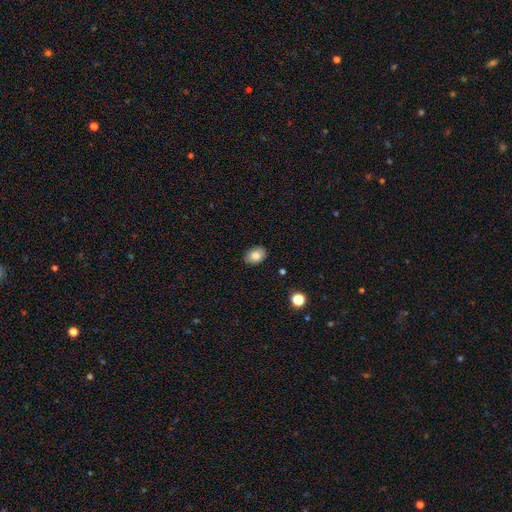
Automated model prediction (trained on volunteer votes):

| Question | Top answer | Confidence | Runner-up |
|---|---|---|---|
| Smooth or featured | smooth | 84% | star or artifact (9%) |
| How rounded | in between | 70% | round (29%) |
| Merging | none | 86% | minor disturbance (10%) |